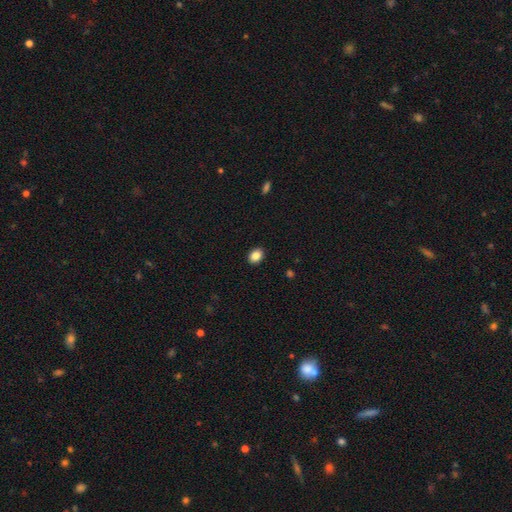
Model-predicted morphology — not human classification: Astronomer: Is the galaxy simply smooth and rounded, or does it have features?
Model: smooth — 87%.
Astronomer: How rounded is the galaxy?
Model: in between — 67%.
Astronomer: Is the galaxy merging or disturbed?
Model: none — 91%.